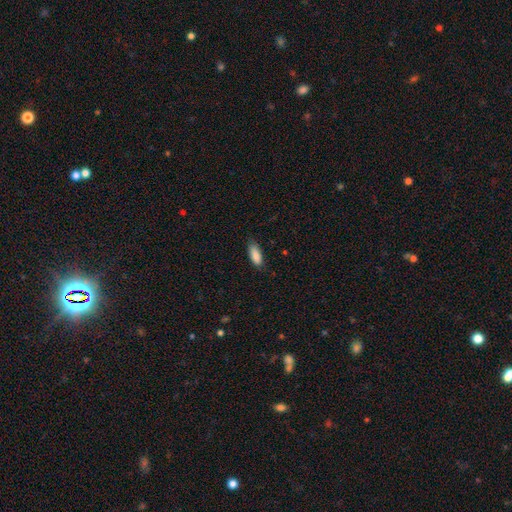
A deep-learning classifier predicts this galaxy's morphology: type=smooth (87%); roundness=in between (77%); merging=none (77%).